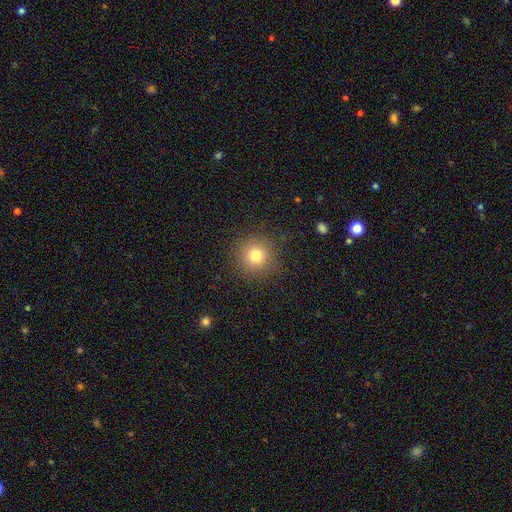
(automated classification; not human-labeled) Smooth or featured?
  - smooth: 78% *
  - star or artifact: 14%
  - featured or disk: 8%
How rounded?
  - round: 94% *
  - in between: 5%
  - cigar-shaped: 1%
Merging?
  - none: 89% *
  - minor disturbance: 7%
  - major disturbance: 3%
  - merger: 1%